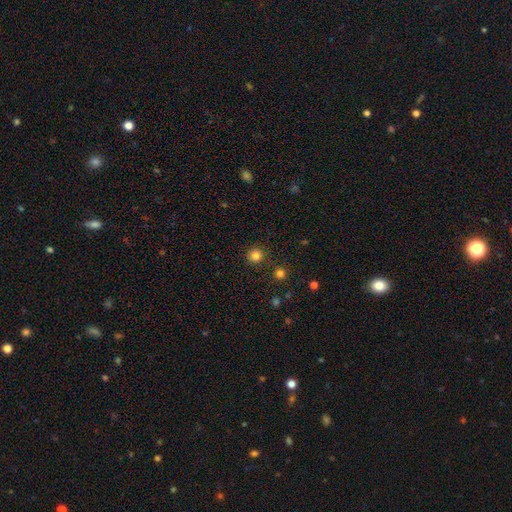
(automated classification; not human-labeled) Overall: smooth (82%). How rounded: round (94%). Merging: none (88%).